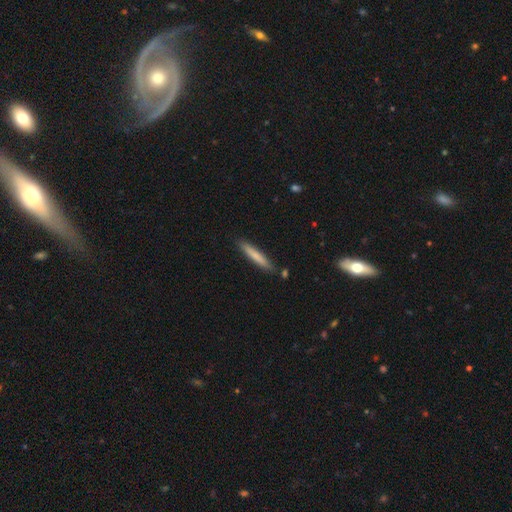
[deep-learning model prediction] Smooth or featured? Predicted: smooth (p=0.75). How rounded? Predicted: cigar-shaped (p=0.93). Merging? Predicted: none (p=0.85).